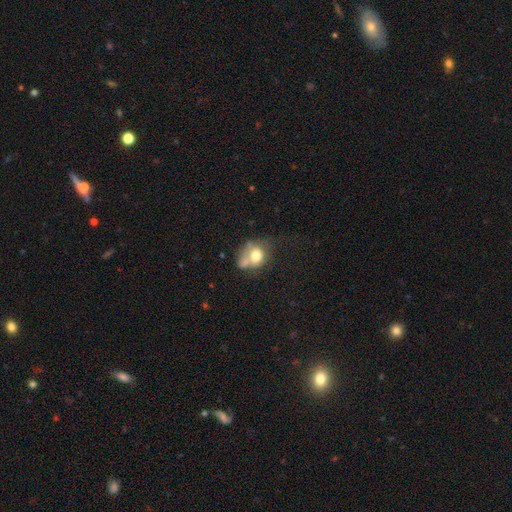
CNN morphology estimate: The model was most divided on "merging": merger: 31%, none: 28%, minor disturbance: 22%, major disturbance: 19%. More confident: smooth or featured — smooth (70%); how rounded — round (52%).